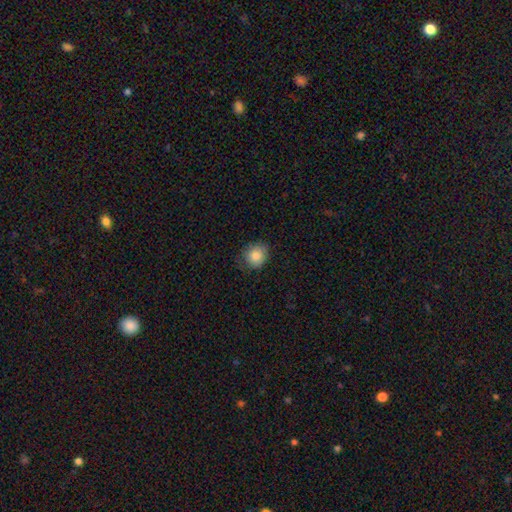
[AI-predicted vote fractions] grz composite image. It shows a smooth galaxy with no disk features (84%) that is round (82%). Merging: none (75%).